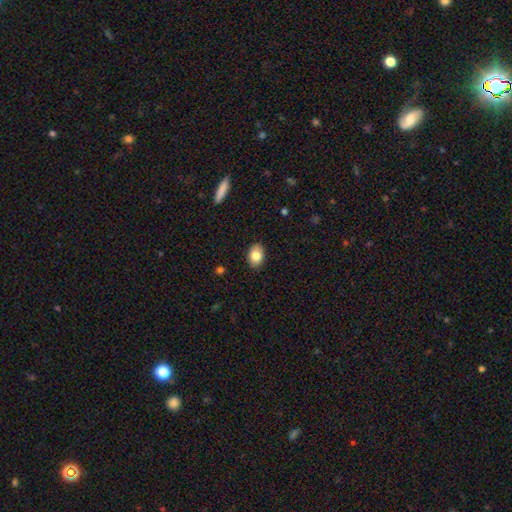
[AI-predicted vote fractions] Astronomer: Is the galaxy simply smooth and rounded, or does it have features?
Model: smooth — 82%.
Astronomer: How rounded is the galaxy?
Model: in between — 79%.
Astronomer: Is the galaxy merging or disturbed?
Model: none — 88%.